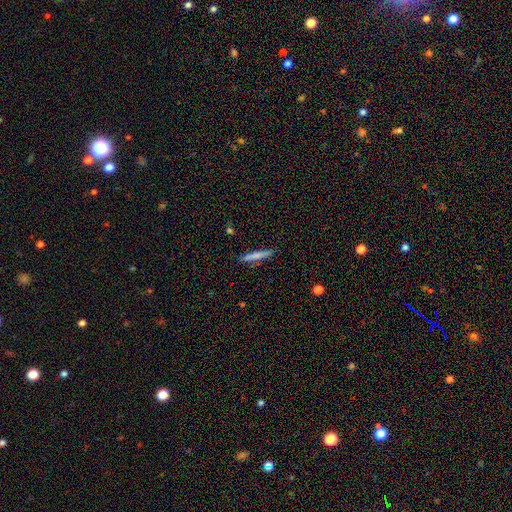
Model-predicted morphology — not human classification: Smooth or featured? smooth (73%)
How rounded? cigar-shaped (95%)
Merging? none (89%)